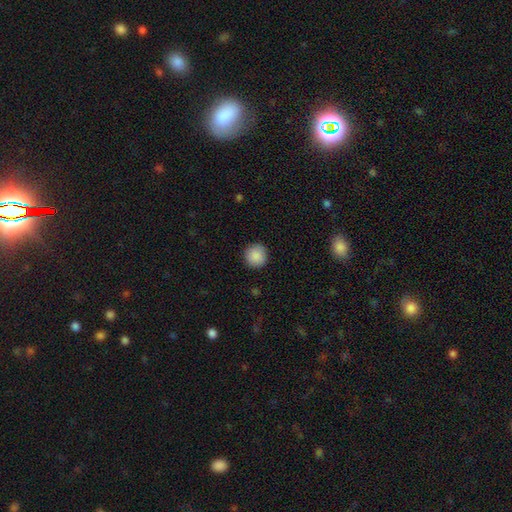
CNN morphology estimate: A smooth galaxy with no disk features (89%) that is round (95%).

Vote fractions:
- Smooth or featured? smooth: 89% / star or artifact: 8% / featured or disk: 3%
- How rounded? round: 95% / in between: 4% / cigar-shaped: 1%
- Merging? none: 91% / minor disturbance: 6% / major disturbance: 2% / merger: 1%